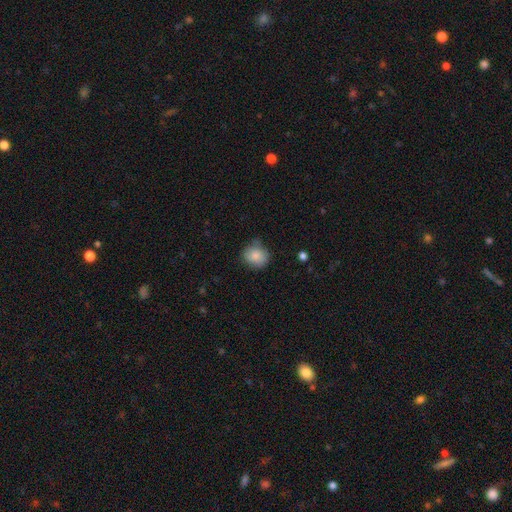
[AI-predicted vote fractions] Morphology: type=smooth (85%); roundness=round (75%); merging=none (68%).